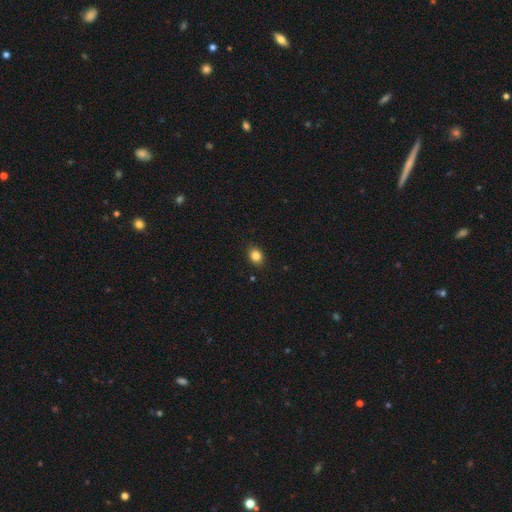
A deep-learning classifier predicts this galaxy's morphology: This appears to be a smooth galaxy with no disk features (84%) that is in between round and cigar-shaped (56%). Merging: none (88%).